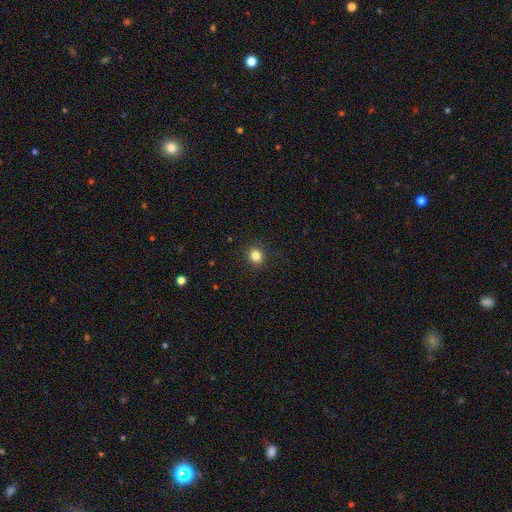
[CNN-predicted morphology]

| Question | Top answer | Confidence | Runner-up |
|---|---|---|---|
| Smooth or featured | smooth | 83% | star or artifact (12%) |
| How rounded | round | 80% | in between (19%) |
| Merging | none | 91% | minor disturbance (6%) |